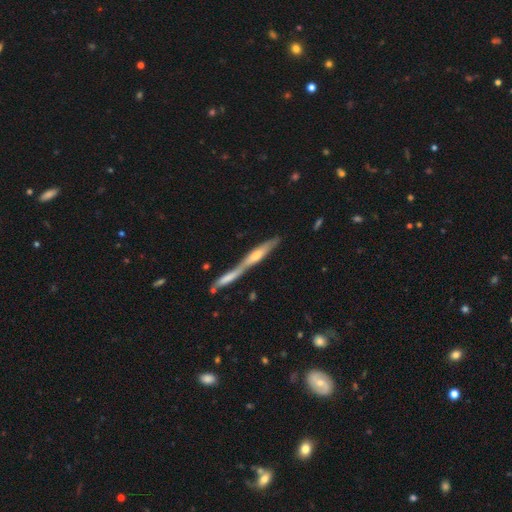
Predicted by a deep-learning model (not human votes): Morphology: type=featured or disk (76%); edge-on=yes (95%); edge-on bulge=rounded (79%); merging=none (66%).